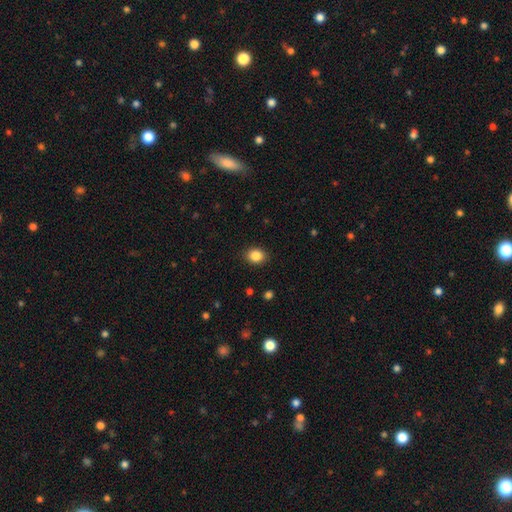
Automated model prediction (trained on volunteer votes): Overall: smooth (86%). How rounded: in between (51%; round 48%). Merging: none (89%).